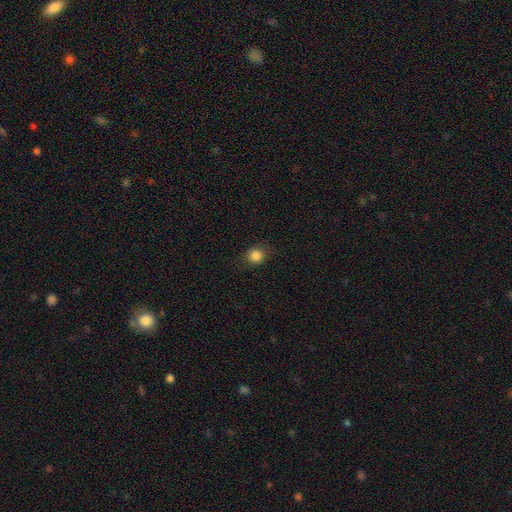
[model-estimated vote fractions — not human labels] Smooth or featured? Predicted: smooth (p=0.84). How rounded? Predicted: round (p=0.82). Merging? Predicted: none (p=0.84).